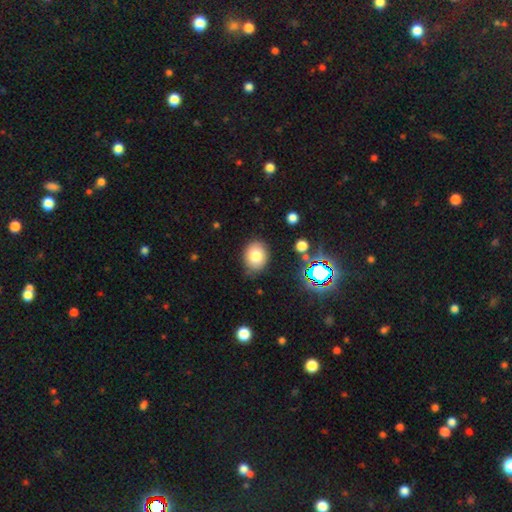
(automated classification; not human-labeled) smooth-or-featured: smooth: 78% | star or artifact: 12% | featured or disk: 10%
  how-rounded: in between: 51% | round: 48% | cigar-shaped: 1%
  merging: none: 82% | minor disturbance: 14% | major disturbance: 3% | merger: 2%